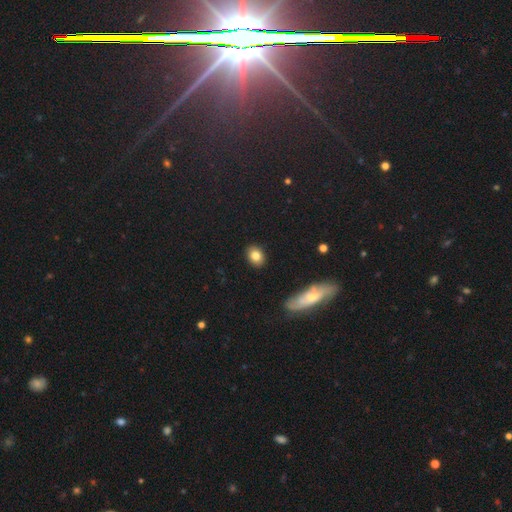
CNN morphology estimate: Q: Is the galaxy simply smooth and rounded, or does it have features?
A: smooth — 82%.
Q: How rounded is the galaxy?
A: in between — 61%.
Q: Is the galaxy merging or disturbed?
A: none — 89%.